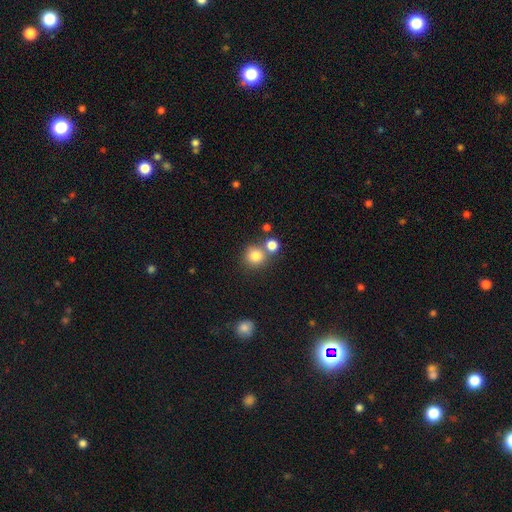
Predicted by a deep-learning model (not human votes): This is clearly a smooth galaxy (81%). How rounded: clearly round (90%). Merging: likely none (65%).